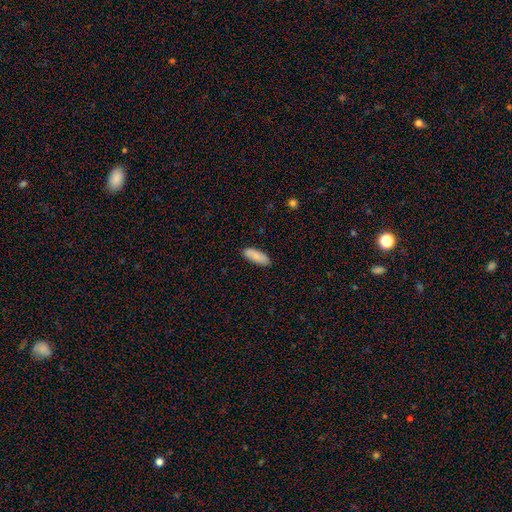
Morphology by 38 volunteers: type=smooth (82%); roundness=in between (77%); merging=none (89%).